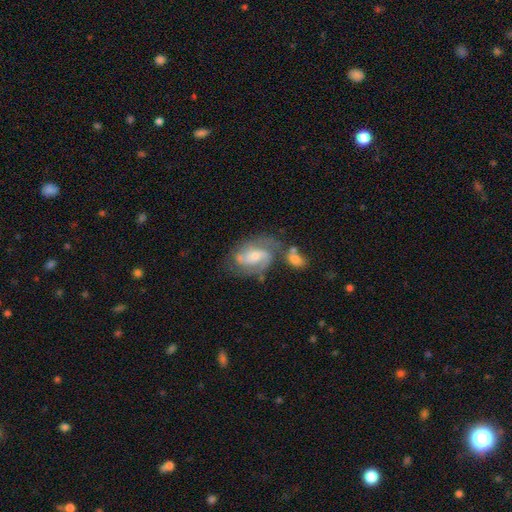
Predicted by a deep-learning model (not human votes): featured or disk 79%, smooth 15%, star or artifact 6%. Down the decision tree: edge-on disk — no (97%); bar — no (51%); spiral arms — yes (92%); spiral arm count — 2 (67%); spiral winding — medium (47%); bulge size — small (57%); merging — none (48%).